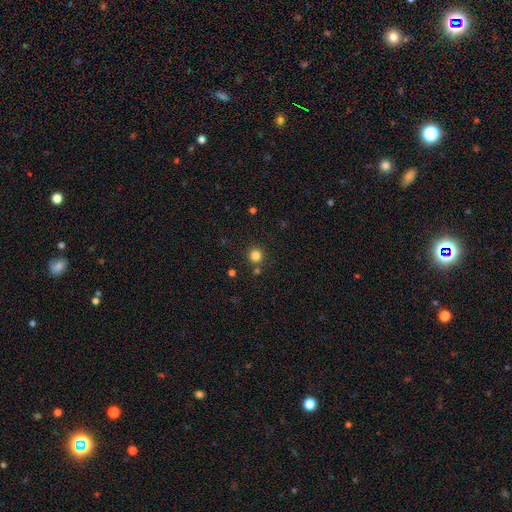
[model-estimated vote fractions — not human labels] Smooth or featured? Predicted: smooth (p=0.82). How rounded? Predicted: round (p=0.95). Merging? Predicted: none (p=0.84).